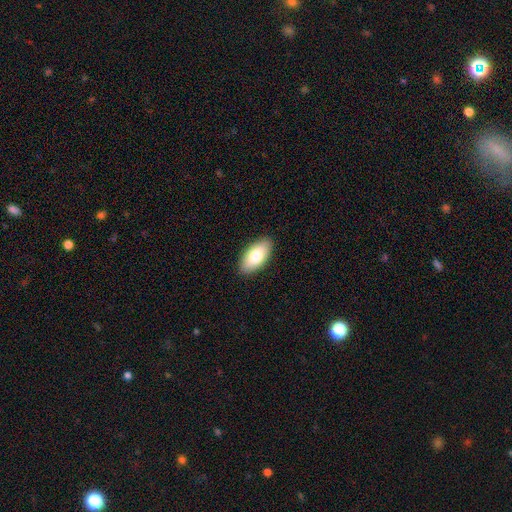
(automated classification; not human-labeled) This is likely a smooth galaxy (77%). How rounded: clearly in between (93%). Merging: clearly none (89%).